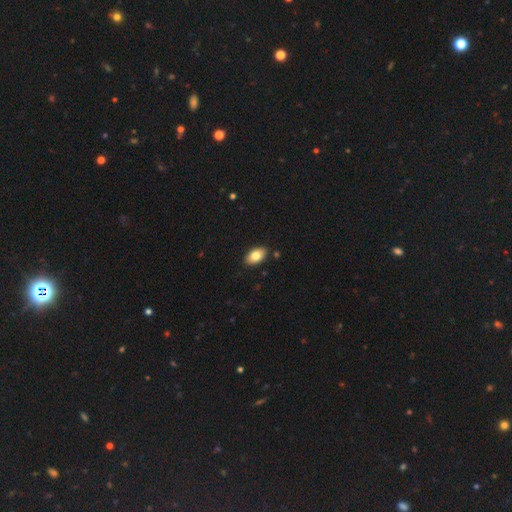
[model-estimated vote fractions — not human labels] Smooth or featured: smooth — 80% (featured or disk — 13%)
How rounded: in between — 93% (round — 6%)
Merging: none — 89% (minor disturbance — 8%)